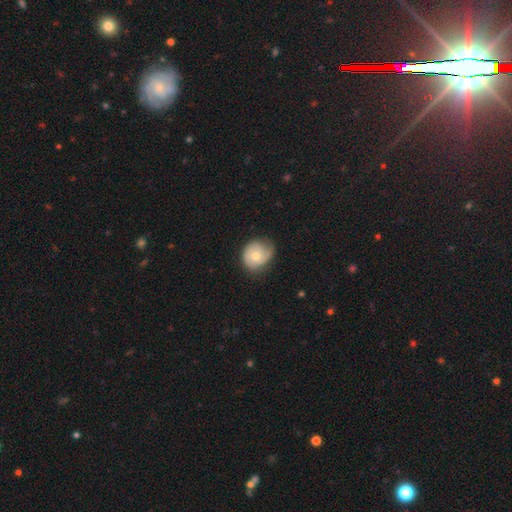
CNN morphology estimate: This appears to be a featured or disk galaxy (57%) with no bar (77%), spiral arms (85%) and a moderate central bulge (63%). Merging: none (59%).